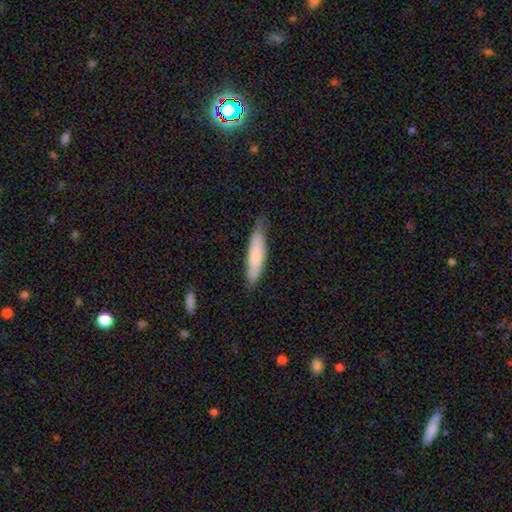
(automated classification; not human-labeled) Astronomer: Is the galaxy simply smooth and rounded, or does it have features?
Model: smooth — 74%.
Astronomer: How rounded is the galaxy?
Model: cigar-shaped — 80%.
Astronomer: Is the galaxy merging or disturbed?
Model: none — 74%.